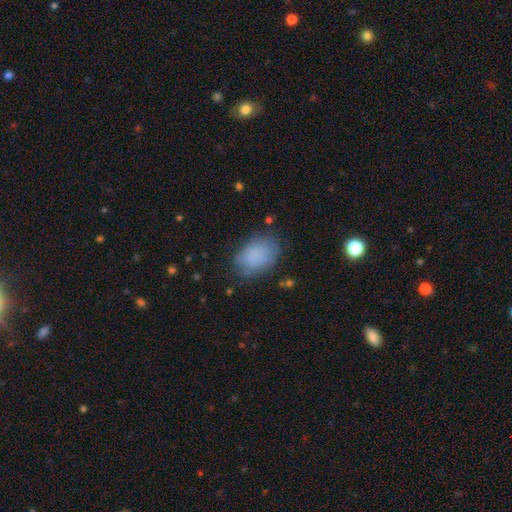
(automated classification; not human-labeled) Smooth or featured?
  - smooth: 83% *
  - star or artifact: 8%
  - featured or disk: 8%
How rounded?
  - in between: 78% *
  - round: 20%
  - cigar-shaped: 1%
Merging?
  - none: 73% *
  - minor disturbance: 19%
  - major disturbance: 6%
  - merger: 2%